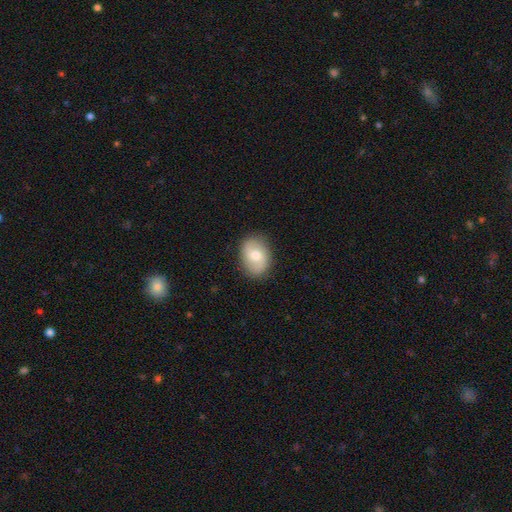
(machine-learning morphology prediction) smooth_or_featured: smooth (p=0.48) [alt: featured or disk p=0.45]
merging: none (p=0.85) [alt: minor disturbance p=0.11]